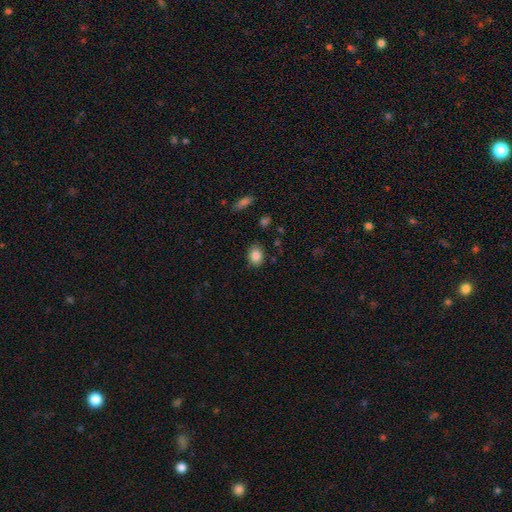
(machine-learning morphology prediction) smooth-or-featured: smooth: 86% | star or artifact: 9% | featured or disk: 6%
  how-rounded: in between: 57% | round: 42% | cigar-shaped: 1%
  merging: none: 84% | minor disturbance: 11% | major disturbance: 3% | merger: 2%